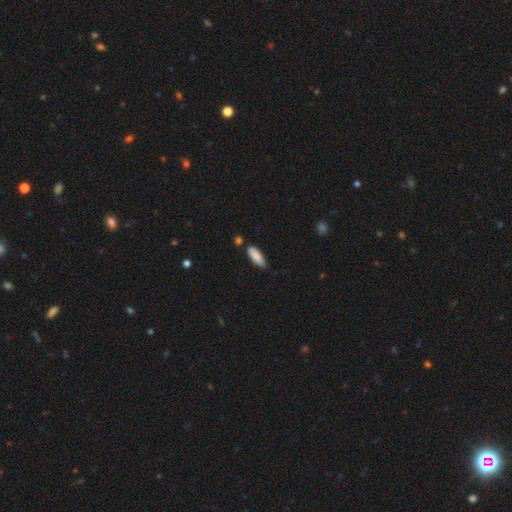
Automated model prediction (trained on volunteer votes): Smooth or featured: smooth — 85% (featured or disk — 9%)
How rounded: in between — 61% (cigar-shaped — 37%)
Merging: none — 71% (minor disturbance — 21%)